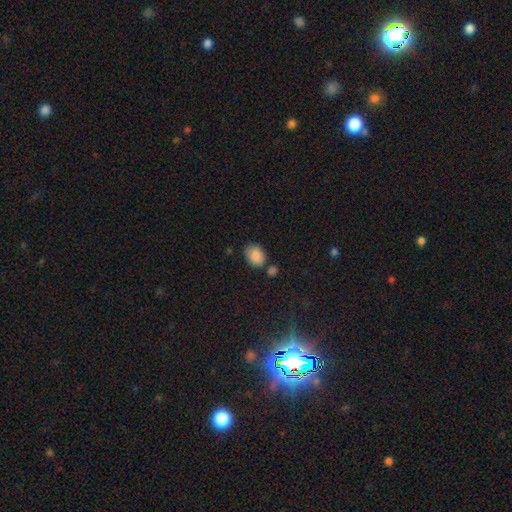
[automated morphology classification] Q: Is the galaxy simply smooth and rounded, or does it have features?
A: smooth — 87%.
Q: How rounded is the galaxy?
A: in between — 67%.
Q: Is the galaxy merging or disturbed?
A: none — 68%.